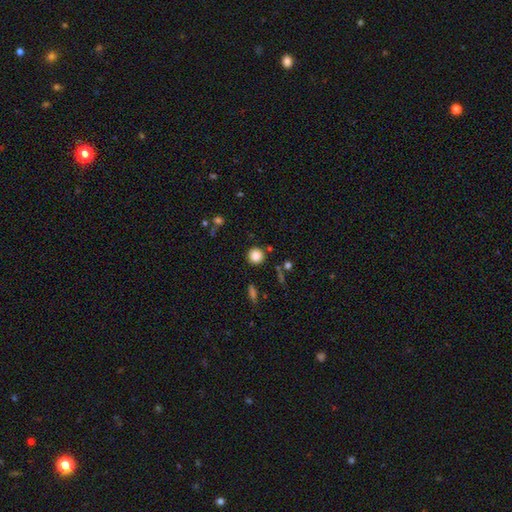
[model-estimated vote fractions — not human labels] Morphology: type=smooth (84%); roundness=round (93%); merging=none (87%).